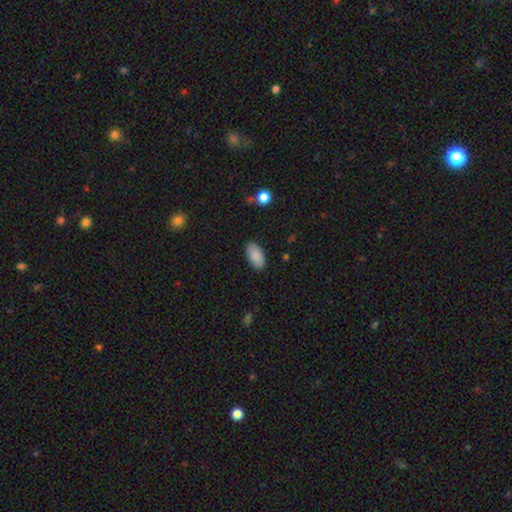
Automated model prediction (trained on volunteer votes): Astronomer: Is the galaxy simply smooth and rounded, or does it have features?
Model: smooth — 88%.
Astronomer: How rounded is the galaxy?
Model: in between — 95%.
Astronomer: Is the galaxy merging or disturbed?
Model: none — 87%.